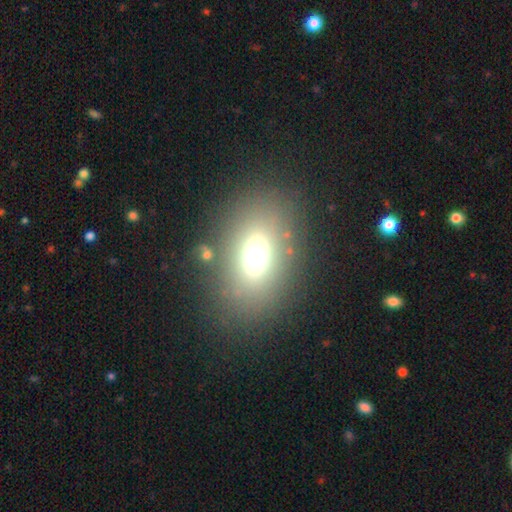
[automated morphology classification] smooth-or-featured: smooth: 68% | featured or disk: 18% | star or artifact: 15%
  how-rounded: in between: 81% | round: 16% | cigar-shaped: 3%
  merging: none: 81% | minor disturbance: 10% | major disturbance: 6% | merger: 4%